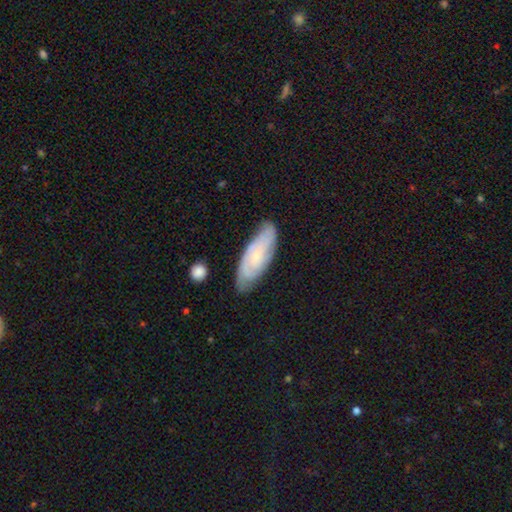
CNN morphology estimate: type=featured or disk (61%); edge-on=no (87%); bar=no (69%); spiral arms=yes (91%); bulge=small (71%); merging=none (75%).